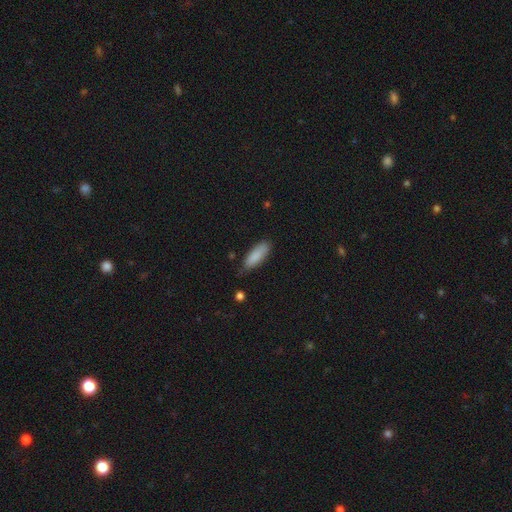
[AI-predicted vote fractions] The model was most divided on "how rounded": in between: 58%, cigar-shaped: 40%, round: 2%. More confident: smooth or featured — smooth (87%); merging — none (70%).